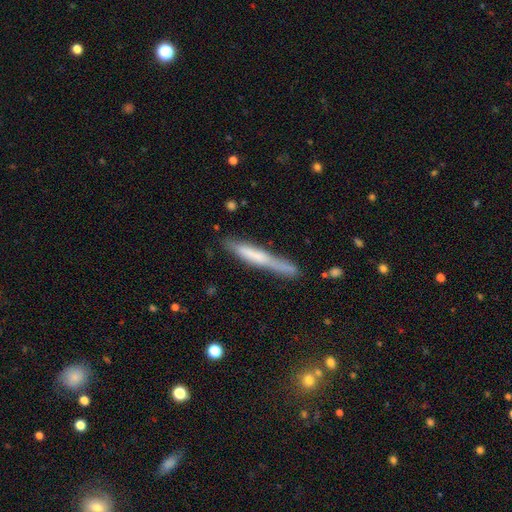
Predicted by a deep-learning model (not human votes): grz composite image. It shows a smooth galaxy with no disk features (57%) that is cigar-shaped (94%). Merging: none (68%).